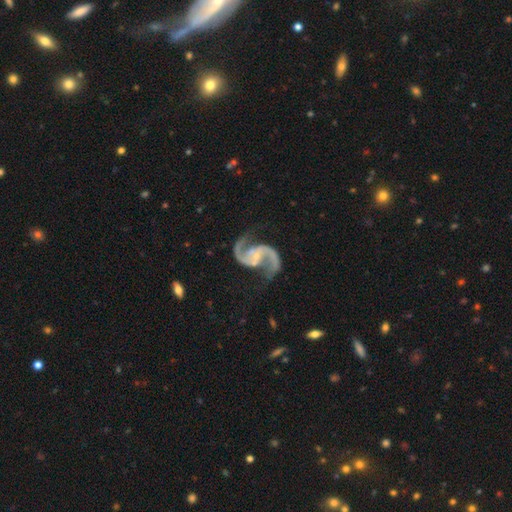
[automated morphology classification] type=featured or disk (94%); edge-on=no (98%); bar=no (47%); spiral arms=yes (98%); winding=medium (49%); arm count=2 (94%); bulge=small (73%); merging=none (71%).